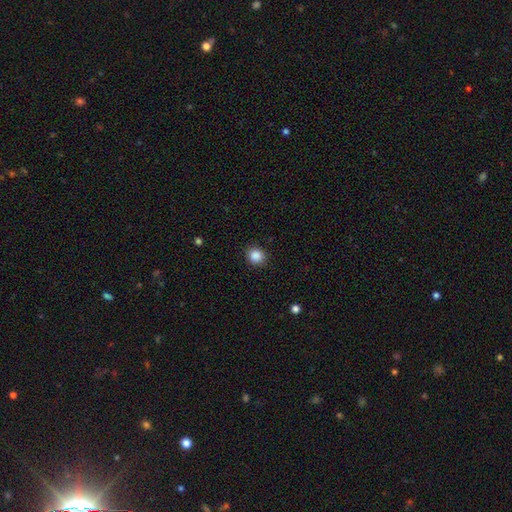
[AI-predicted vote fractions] A smooth galaxy with no disk features (87%) that is round (79%).

Vote fractions:
- Smooth or featured? smooth: 87% / star or artifact: 10% / featured or disk: 3%
- How rounded? round: 79% / in between: 20% / cigar-shaped: 1%
- Merging? none: 89% / minor disturbance: 7% / major disturbance: 2% / merger: 1%